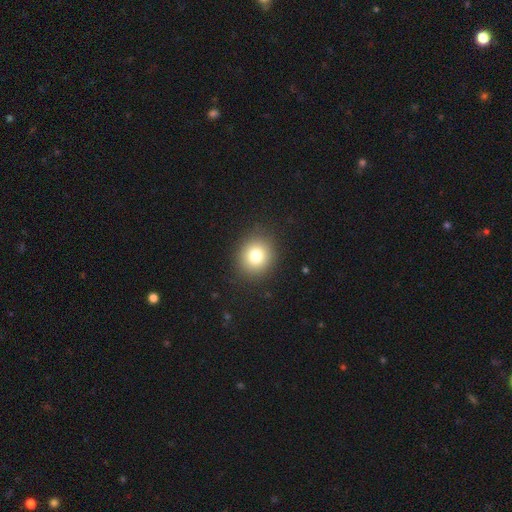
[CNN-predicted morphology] Smooth or featured?
  - smooth: 79% *
  - star or artifact: 11%
  - featured or disk: 9%
How rounded?
  - round: 81% *
  - in between: 18%
  - cigar-shaped: 1%
Merging?
  - none: 89% *
  - minor disturbance: 7%
  - major disturbance: 3%
  - merger: 1%